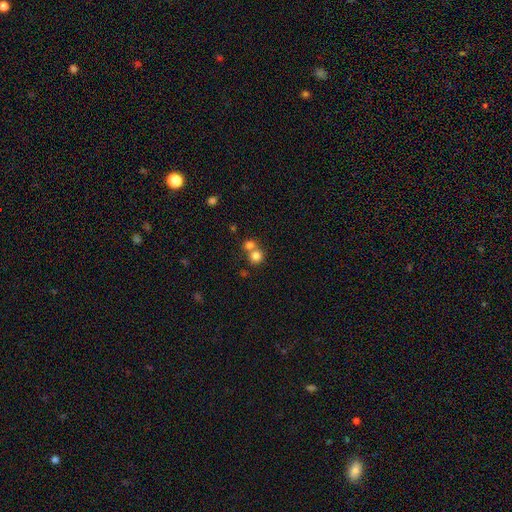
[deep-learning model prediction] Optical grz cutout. It shows a smooth galaxy with no disk features (80%) that is round (90%). Merging: none (48%).